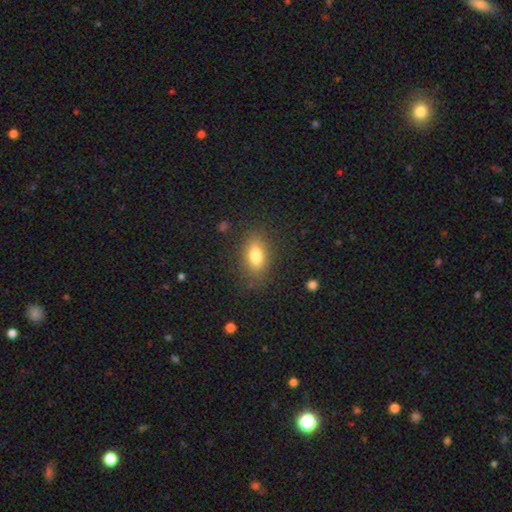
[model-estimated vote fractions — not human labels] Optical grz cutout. It shows a smooth galaxy with no disk features (79%) that is in between round and cigar-shaped (84%). Merging: none (83%).